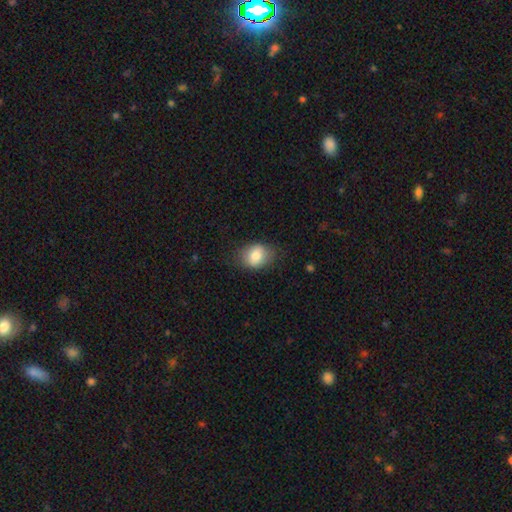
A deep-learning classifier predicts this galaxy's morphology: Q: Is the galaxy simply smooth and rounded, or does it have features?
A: smooth — 79%.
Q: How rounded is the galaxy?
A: in between — 65%.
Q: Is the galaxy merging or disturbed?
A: none — 78%.